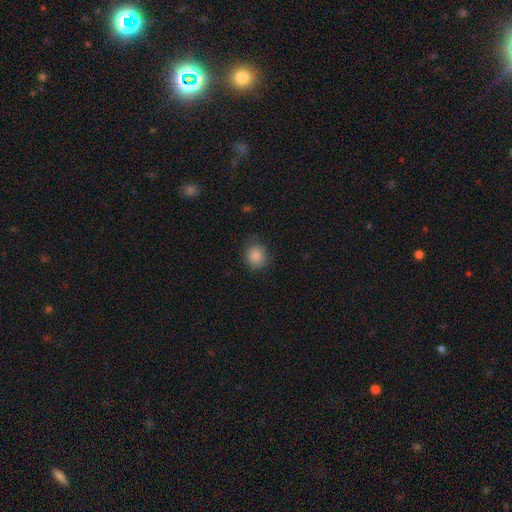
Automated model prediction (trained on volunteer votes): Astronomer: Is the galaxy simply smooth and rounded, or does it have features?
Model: smooth — 87%.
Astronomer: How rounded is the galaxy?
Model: round — 75%.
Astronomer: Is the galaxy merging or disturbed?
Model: none — 78%.